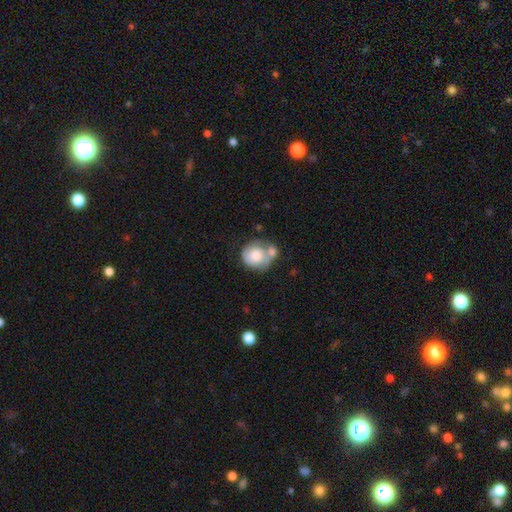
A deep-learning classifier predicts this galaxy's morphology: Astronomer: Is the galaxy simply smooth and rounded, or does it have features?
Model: smooth — 72%.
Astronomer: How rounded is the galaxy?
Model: round — 78%.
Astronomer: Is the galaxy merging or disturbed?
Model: merger — 42% (runner-up: none, 33%).